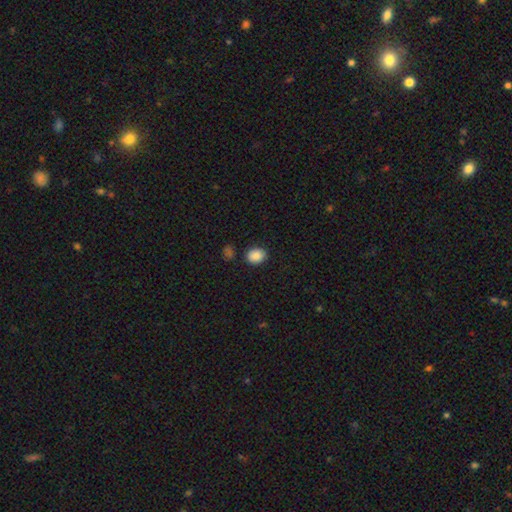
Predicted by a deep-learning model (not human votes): Smooth or featured: smooth — 88% (star or artifact — 9%)
How rounded: in between — 52% (round — 47%)
Merging: none — 85% (minor disturbance — 9%)